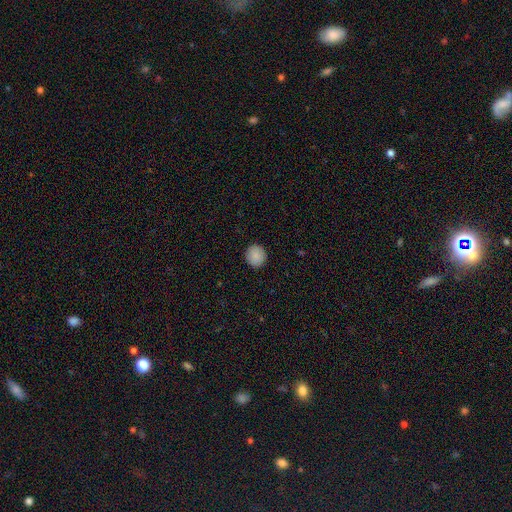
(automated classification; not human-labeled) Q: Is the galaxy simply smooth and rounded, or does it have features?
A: smooth — 89%.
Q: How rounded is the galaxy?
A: round — 90%.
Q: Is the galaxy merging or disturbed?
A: none — 92%.